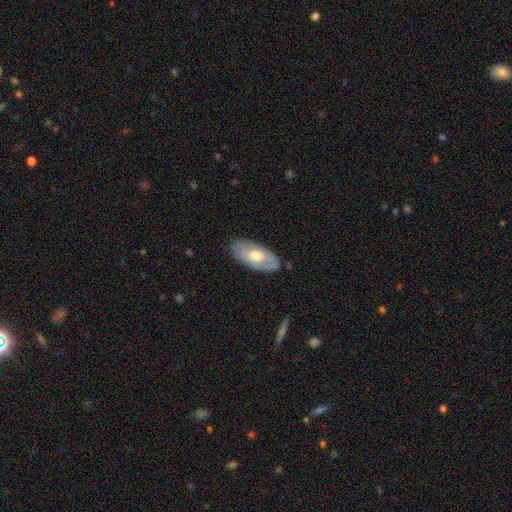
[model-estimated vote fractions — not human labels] The model was most divided on "smooth or featured" (2-way tie): featured or disk: 47%, smooth: 47%, star or artifact: 5%. More confident: merging — none (82%).